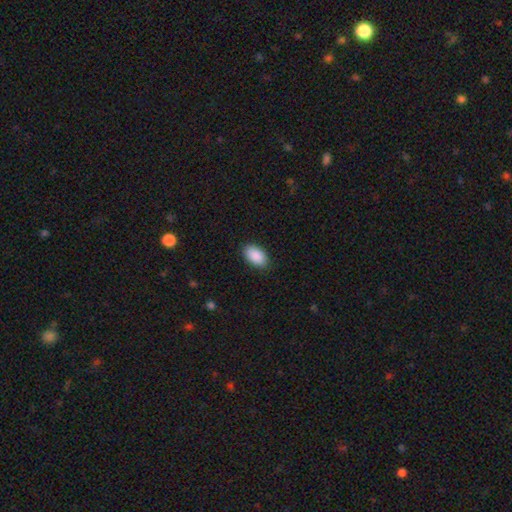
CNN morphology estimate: A smooth galaxy with no disk features (91%) that is in between round and cigar-shaped (95%).

Vote fractions:
- Smooth or featured? smooth: 91% / star or artifact: 6% / featured or disk: 3%
- How rounded? in between: 95% / round: 4% / cigar-shaped: 1%
- Merging? none: 88% / minor disturbance: 9% / major disturbance: 2% / merger: 1%